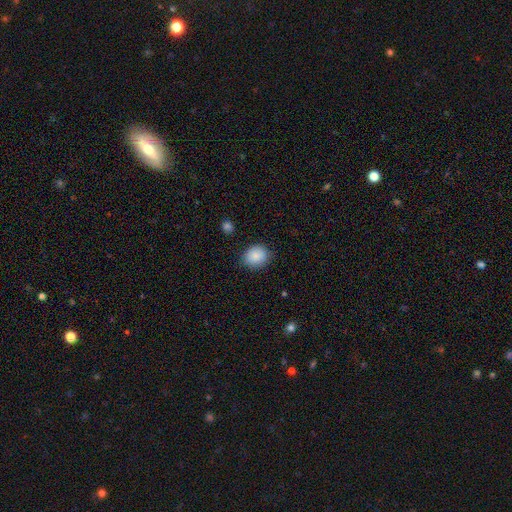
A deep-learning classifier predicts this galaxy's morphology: smooth 87%, star or artifact 8%, featured or disk 5%. Down the decision tree: how rounded — round (67%); merging — none (85%).